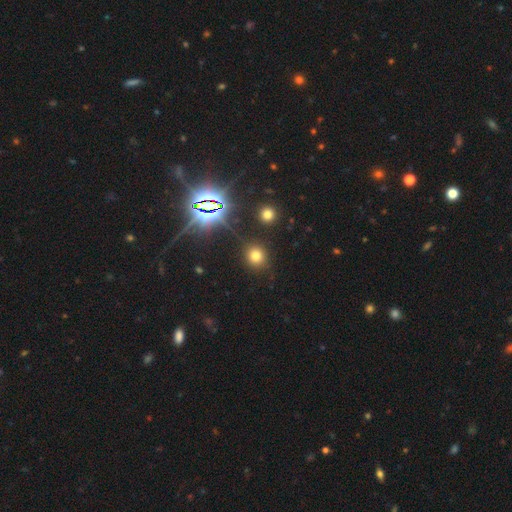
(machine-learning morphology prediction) The model was most divided on "smooth or featured": smooth: 67%, star or artifact: 25%, featured or disk: 8%. More confident: merging — none (86%); how rounded — round (85%).